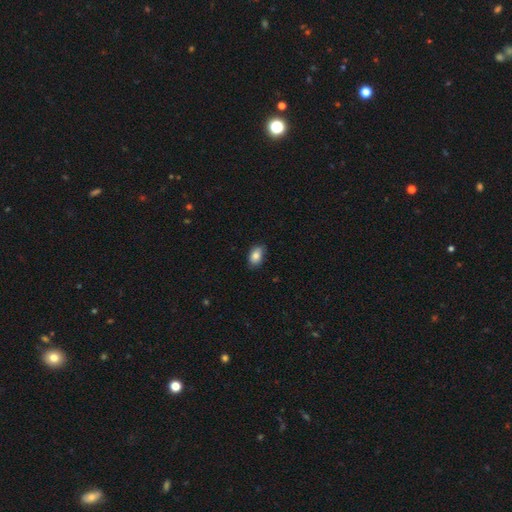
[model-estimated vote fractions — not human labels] Q: Smooth or featured?
A: smooth (85%); runner-up: star or artifact (8%)
Q: How rounded?
A: in between (87%); runner-up: round (11%)
Q: Merging?
A: none (80%); runner-up: minor disturbance (17%)